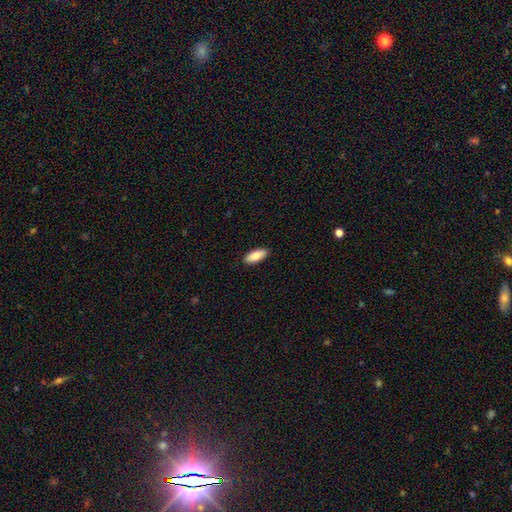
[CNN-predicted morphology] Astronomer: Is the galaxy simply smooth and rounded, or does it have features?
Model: smooth — 83%.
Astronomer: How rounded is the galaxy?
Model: in between — 80%.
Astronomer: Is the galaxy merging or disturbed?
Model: none — 90%.